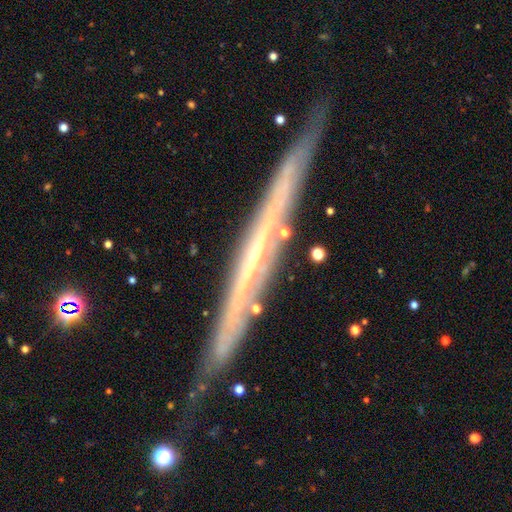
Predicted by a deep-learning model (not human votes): Smooth or featured? Predicted: featured or disk (p=0.78). Edge-on disk? Predicted: yes (p=0.95). Edge-on bulge? Predicted: none (p=0.80). Merging? Predicted: none (p=0.82).